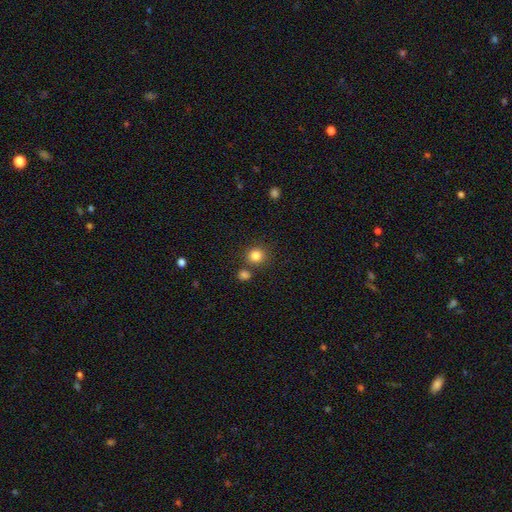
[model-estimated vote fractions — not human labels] Smooth or featured: smooth — 83% (star or artifact — 12%)
How rounded: round — 88% (in between — 11%)
Merging: none — 77% (merger — 11%)